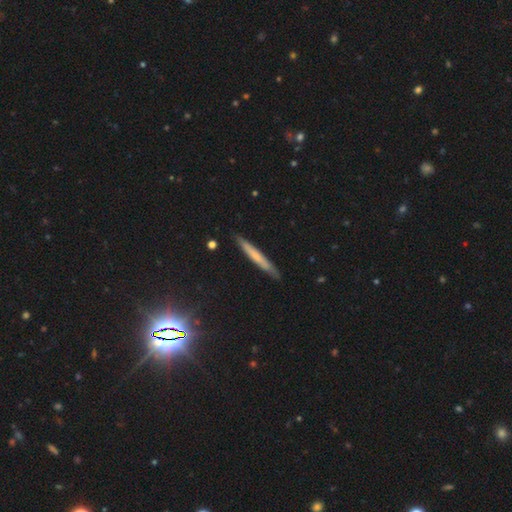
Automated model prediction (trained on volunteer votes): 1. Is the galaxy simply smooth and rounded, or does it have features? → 52% smooth, 40% featured or disk, 7% star or artifact.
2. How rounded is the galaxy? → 96% cigar-shaped, 3% in between, 1% round.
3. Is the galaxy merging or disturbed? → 88% none, 9% minor disturbance, 2% major disturbance, 1% merger.